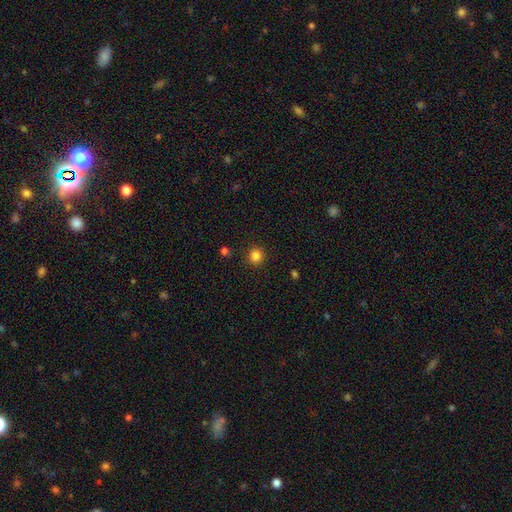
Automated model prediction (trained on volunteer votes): The model was most divided on "smooth or featured": smooth: 83%, star or artifact: 13%, featured or disk: 4%. More confident: how rounded — round (93%); merging — none (90%).